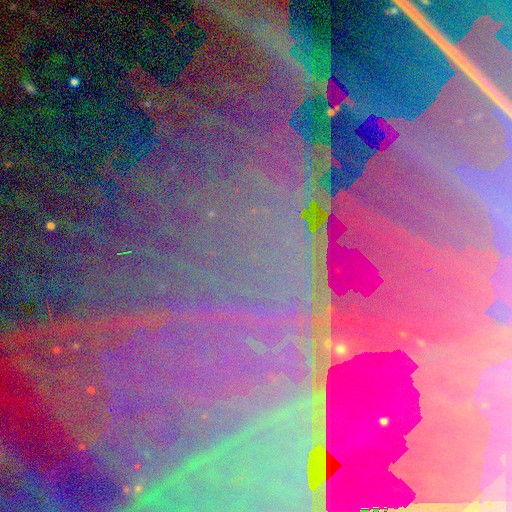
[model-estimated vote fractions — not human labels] The model was most divided on "smooth or featured": star or artifact: 84%, featured or disk: 9%, smooth: 7%.